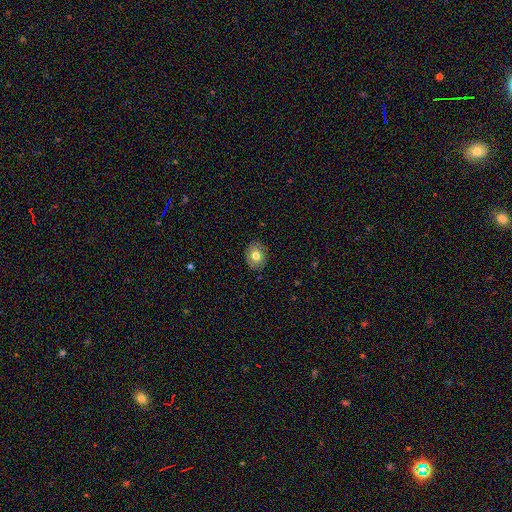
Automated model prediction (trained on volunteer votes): This appears to be a smooth galaxy with no disk features (73%) that is round (55%). Merging: none (84%).